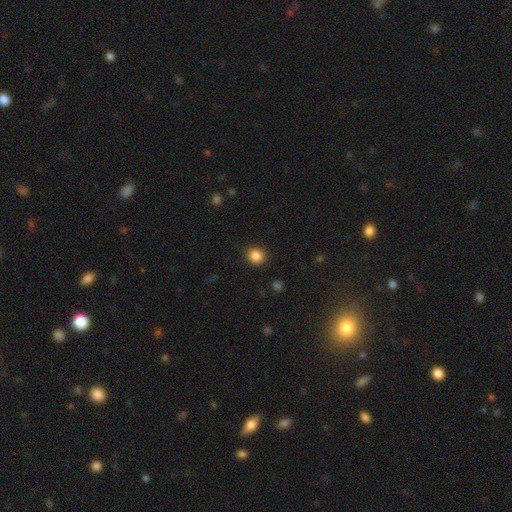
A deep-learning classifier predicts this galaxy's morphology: The model was most divided on "smooth or featured": smooth: 86%, star or artifact: 11%, featured or disk: 4%. More confident: merging — none (89%); how rounded — round (88%).